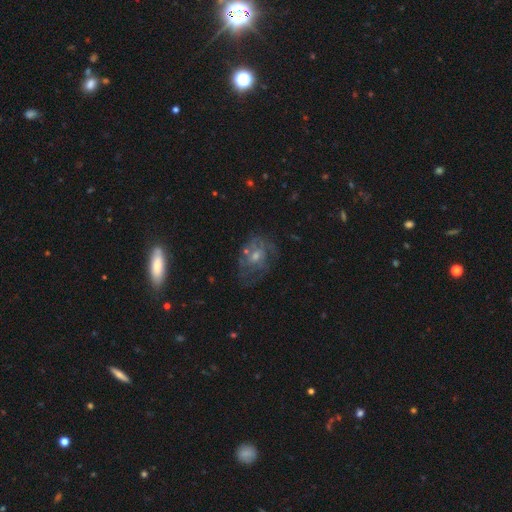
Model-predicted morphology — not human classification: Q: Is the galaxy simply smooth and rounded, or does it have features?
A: featured or disk — 64%.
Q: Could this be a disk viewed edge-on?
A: no — 95%.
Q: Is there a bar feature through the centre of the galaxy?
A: no — 66%.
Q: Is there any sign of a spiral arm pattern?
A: yes — 67%.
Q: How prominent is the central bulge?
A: small — 46%.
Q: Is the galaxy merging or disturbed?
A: none — 62%.